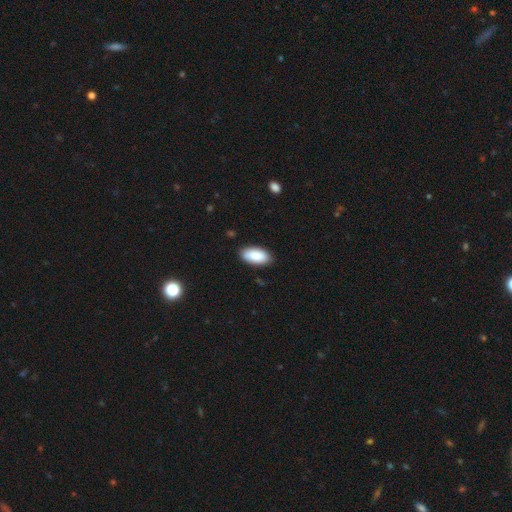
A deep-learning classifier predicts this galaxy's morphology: This is clearly a smooth galaxy (89%). How rounded: clearly in between (93%). Merging: clearly none (86%).